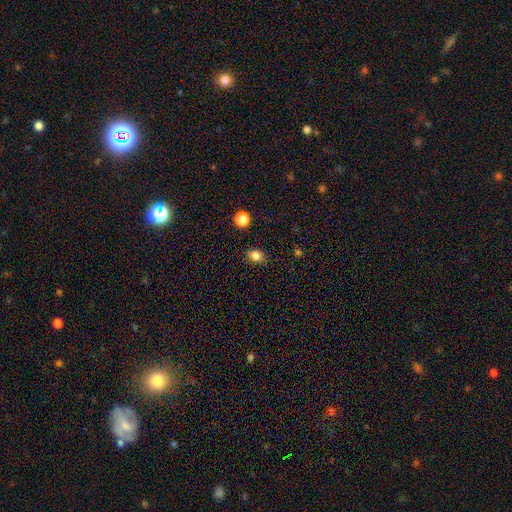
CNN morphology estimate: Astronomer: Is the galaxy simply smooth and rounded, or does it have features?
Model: smooth — 82%.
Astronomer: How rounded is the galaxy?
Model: in between — 58% (runner-up: round, 41%).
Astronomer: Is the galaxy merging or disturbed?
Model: none — 82%.